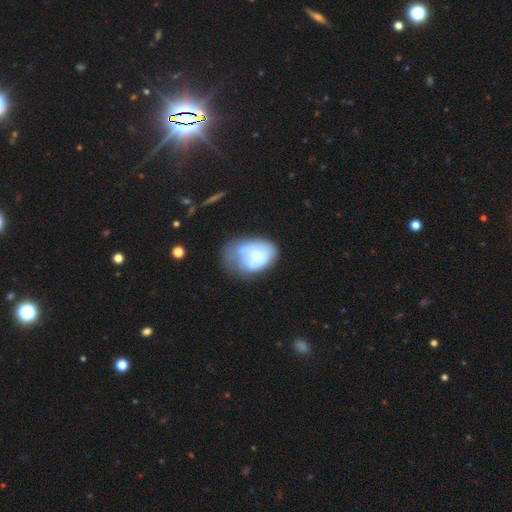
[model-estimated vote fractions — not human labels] This is possibly a smooth galaxy (56%). How rounded: likely in between (75%). Merging: marginally major disturbance (34%).